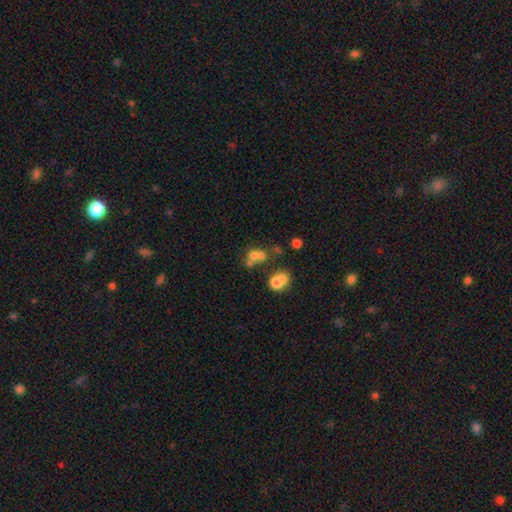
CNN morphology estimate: A smooth galaxy with no disk features (62%) that is round (64%).

Vote fractions:
- Smooth or featured? smooth: 62% / featured or disk: 21% / star or artifact: 16%
- How rounded? round: 64% / in between: 34% / cigar-shaped: 2%
- Merging? merger: 54% / none: 30% / minor disturbance: 9% / major disturbance: 7%